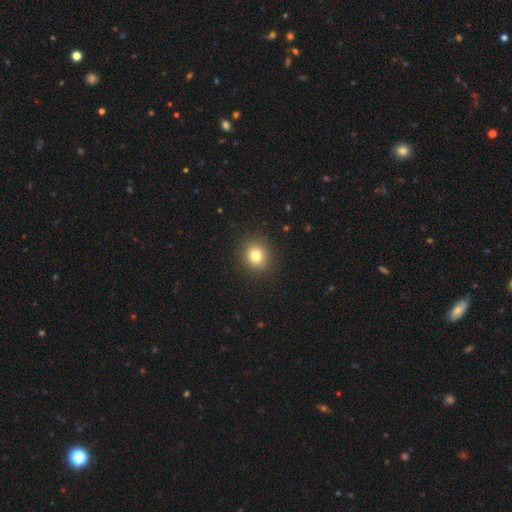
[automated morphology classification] Smooth or featured?
  - smooth: 80% *
  - star or artifact: 12%
  - featured or disk: 8%
How rounded?
  - round: 79% *
  - in between: 20%
  - cigar-shaped: 1%
Merging?
  - none: 89% *
  - minor disturbance: 7%
  - major disturbance: 2%
  - merger: 1%